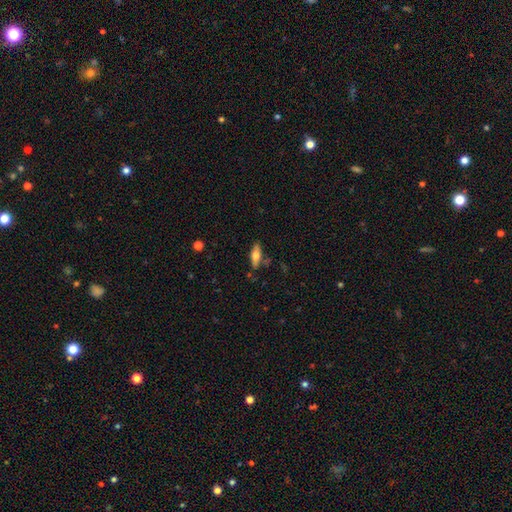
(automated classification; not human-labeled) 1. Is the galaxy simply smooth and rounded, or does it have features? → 57% smooth, 36% featured or disk, 7% star or artifact.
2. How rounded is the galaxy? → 61% in between, 36% cigar-shaped, 3% round.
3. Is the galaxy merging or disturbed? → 75% none, 16% minor disturbance, 5% merger, 4% major disturbance.